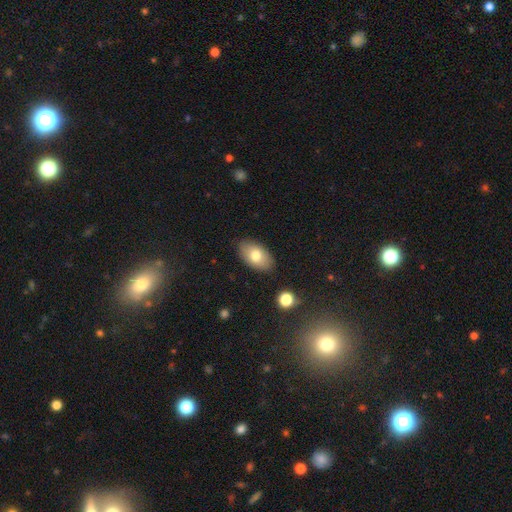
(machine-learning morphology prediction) Overall: smooth (75%). How rounded: in between (93%). Merging: none (85%).